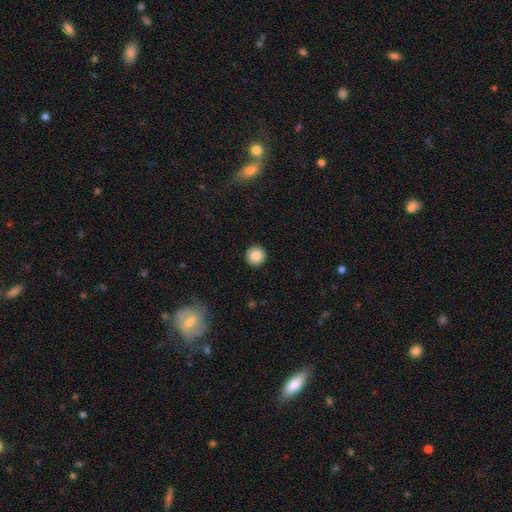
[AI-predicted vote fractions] Smooth or featured? smooth (87%)
How rounded? round (95%)
Merging? none (93%)